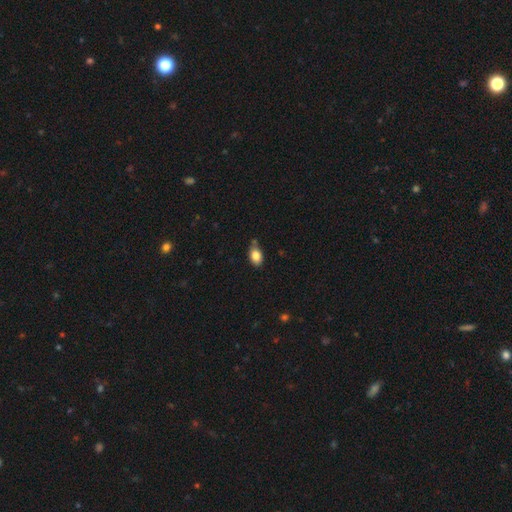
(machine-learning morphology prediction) Smooth or featured? smooth (84%)
How rounded? in between (84%)
Merging? none (69%)